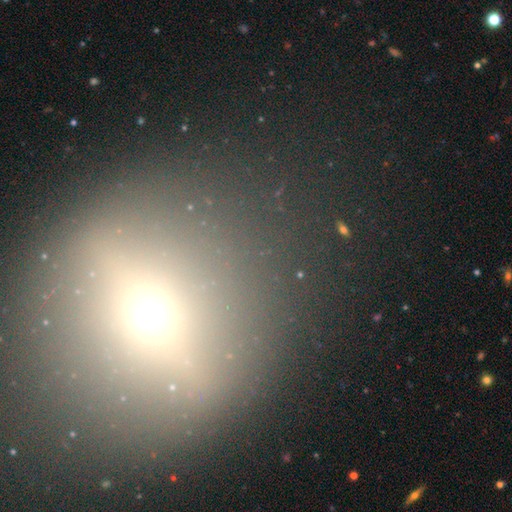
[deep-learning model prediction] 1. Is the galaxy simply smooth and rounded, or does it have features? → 46% smooth, 32% star or artifact, 23% featured or disk.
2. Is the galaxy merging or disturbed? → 83% none, 9% minor disturbance, 4% major disturbance, 3% merger.